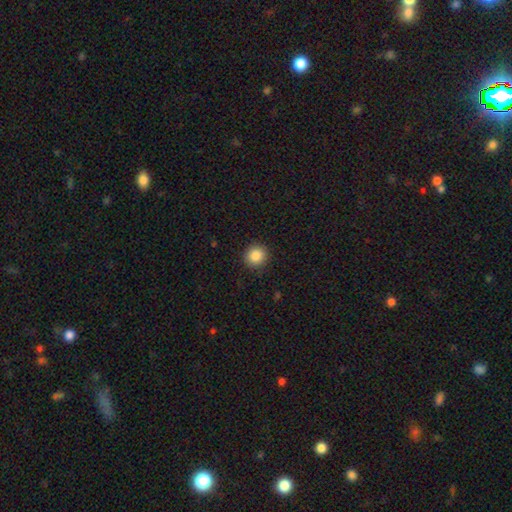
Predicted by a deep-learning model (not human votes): Morphology: type=smooth (87%); roundness=round (92%); merging=none (91%).